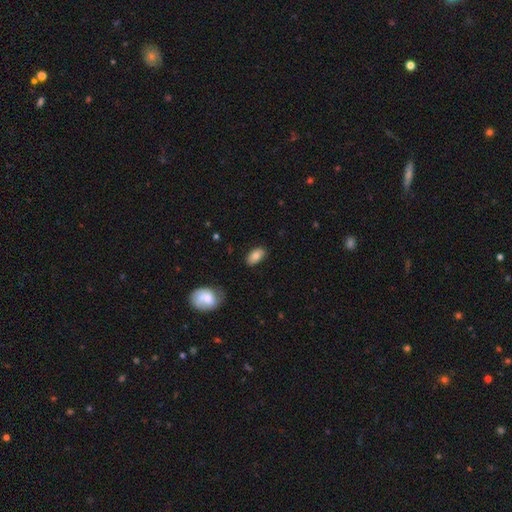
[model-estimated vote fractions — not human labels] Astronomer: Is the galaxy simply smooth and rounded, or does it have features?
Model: smooth — 76%.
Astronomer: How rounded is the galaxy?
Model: in between — 92%.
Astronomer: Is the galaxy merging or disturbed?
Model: none — 83%.